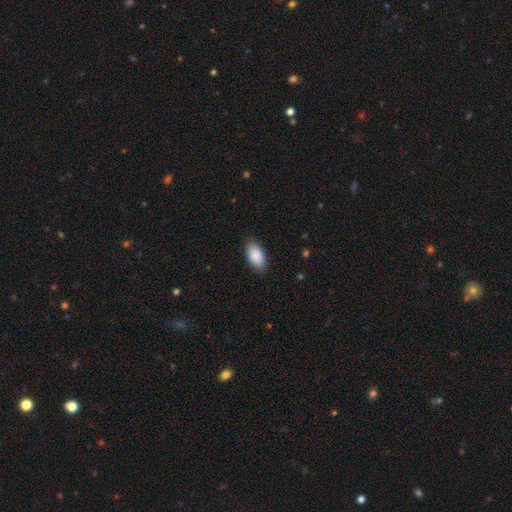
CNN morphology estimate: This appears to be a smooth galaxy with no disk features (89%) that is in between round and cigar-shaped (95%). Merging: none (86%).